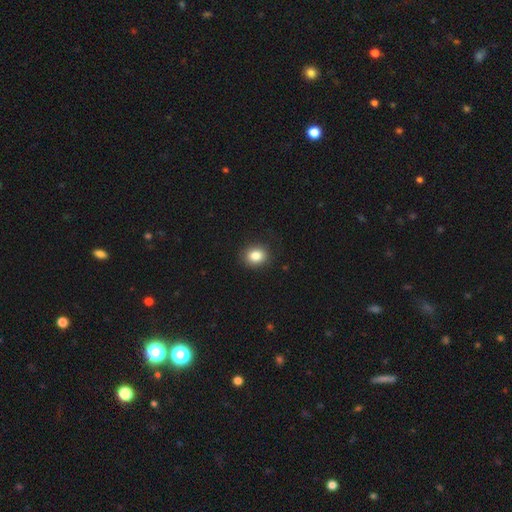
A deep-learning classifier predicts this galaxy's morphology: A smooth galaxy with no disk features (84%) that is round (64%).

Vote fractions:
- Smooth or featured? smooth: 84% / star or artifact: 10% / featured or disk: 6%
- How rounded? round: 64% / in between: 35% / cigar-shaped: 1%
- Merging? none: 88% / minor disturbance: 8% / major disturbance: 2% / merger: 1%